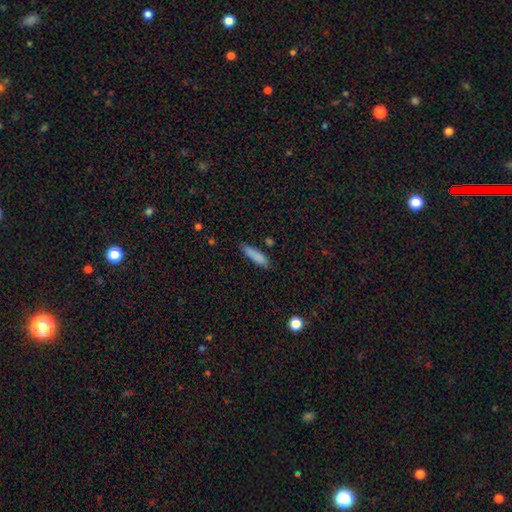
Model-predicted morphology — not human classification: smooth 85%, star or artifact 8%, featured or disk 8%. Down the decision tree: how rounded — cigar-shaped (67%); merging — none (78%).